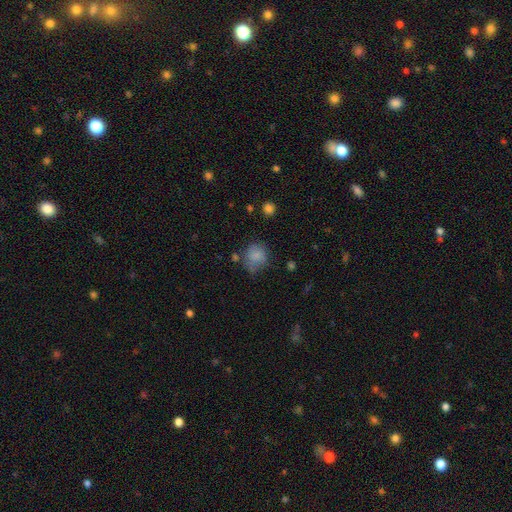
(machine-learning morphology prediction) Smooth or featured? Predicted: smooth (p=0.79). How rounded? Predicted: round (p=0.74). Merging? Predicted: none (p=0.57).